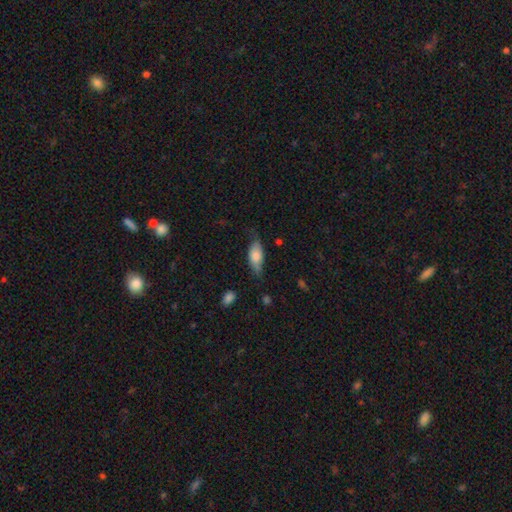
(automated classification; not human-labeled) Q: Smooth or featured?
A: smooth (70%); runner-up: featured or disk (23%)
Q: How rounded?
A: in between (82%); runner-up: cigar-shaped (15%)
Q: Merging?
A: none (53%); runner-up: minor disturbance (33%)